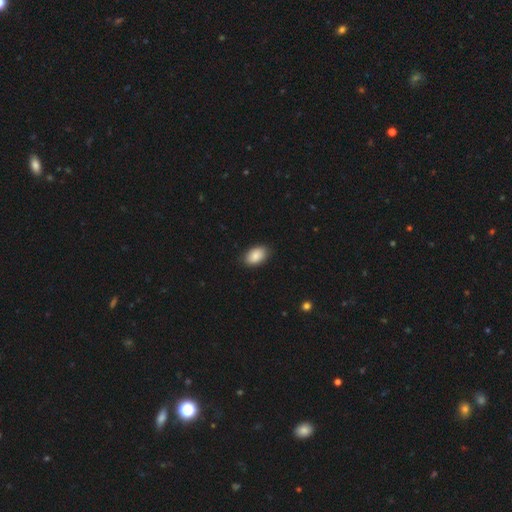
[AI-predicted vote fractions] A smooth galaxy with no disk features (88%) that is in between round and cigar-shaped (92%).

Vote fractions:
- Smooth or featured? smooth: 88% / star or artifact: 7% / featured or disk: 6%
- How rounded? in between: 92% / round: 7% / cigar-shaped: 1%
- Merging? none: 86% / minor disturbance: 11% / major disturbance: 2% / merger: 1%